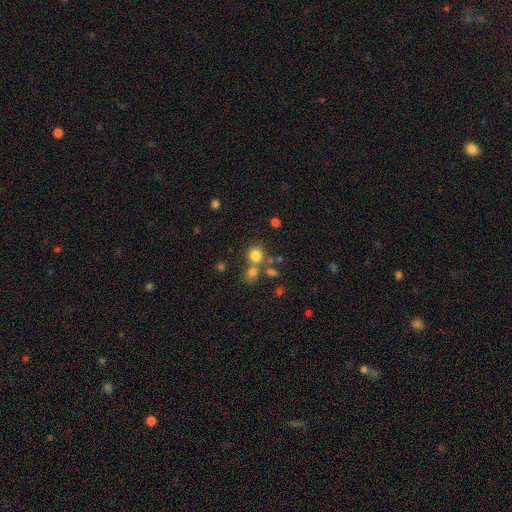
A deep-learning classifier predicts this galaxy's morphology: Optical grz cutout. It shows a smooth galaxy with no disk features (76%) that is round (85%). Merging: none (56%).